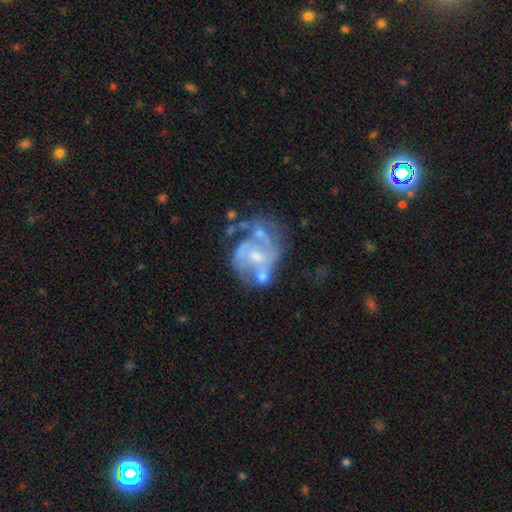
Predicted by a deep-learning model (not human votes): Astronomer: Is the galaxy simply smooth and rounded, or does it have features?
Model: featured or disk — 77%.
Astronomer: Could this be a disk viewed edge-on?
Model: no — 98%.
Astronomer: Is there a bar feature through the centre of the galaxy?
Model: no — 59%.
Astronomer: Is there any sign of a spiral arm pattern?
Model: yes — 61% (runner-up: no, 39%).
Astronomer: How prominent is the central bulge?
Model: moderate — 45% (runner-up: small, 36%).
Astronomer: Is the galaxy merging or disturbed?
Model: none — 37% (runner-up: major disturbance, 25%).